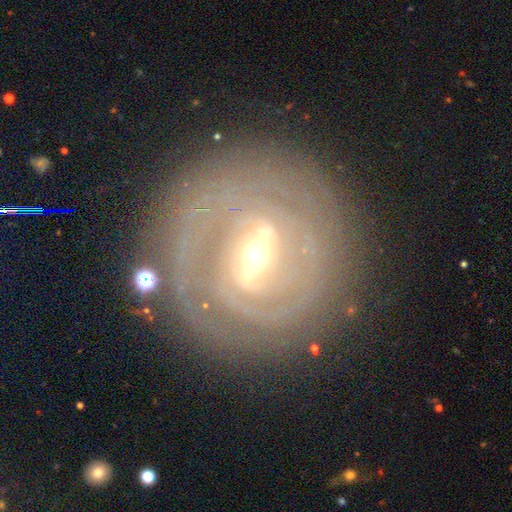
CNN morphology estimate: A featured or disk galaxy (89%) with a strong bar (63%), 2 (32%) tight (72%) spiral arms (91%) and a moderate central bulge (52%). Merging: none (76%).